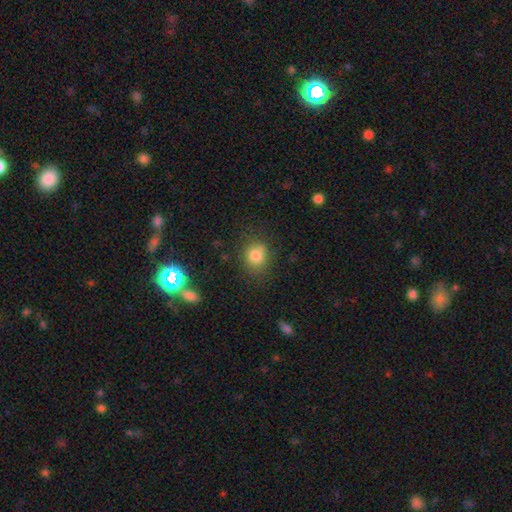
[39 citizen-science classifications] This appears to be a smooth galaxy with no disk features (82%) that is round (72%). Merging: none (86%).